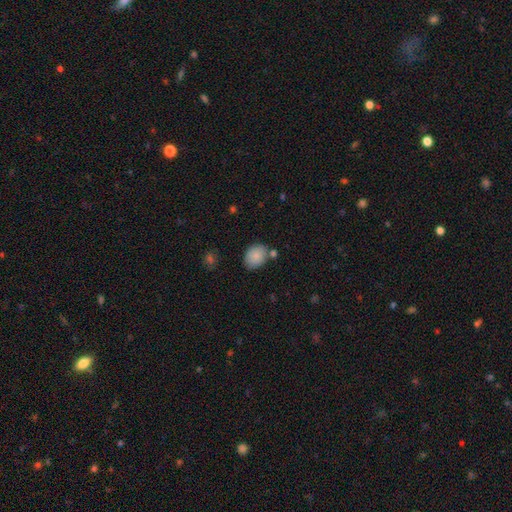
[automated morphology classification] This is clearly a smooth galaxy (87%). How rounded: likely in between (63%). Merging: likely none (70%).